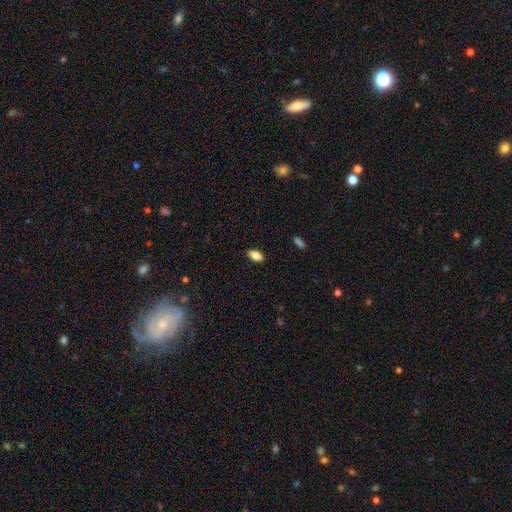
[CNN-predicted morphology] Smooth or featured?
  - smooth: 84% *
  - featured or disk: 8%
  - star or artifact: 8%
How rounded?
  - in between: 90% *
  - cigar-shaped: 7%
  - round: 4%
Merging?
  - none: 88% *
  - minor disturbance: 9%
  - major disturbance: 2%
  - merger: 1%